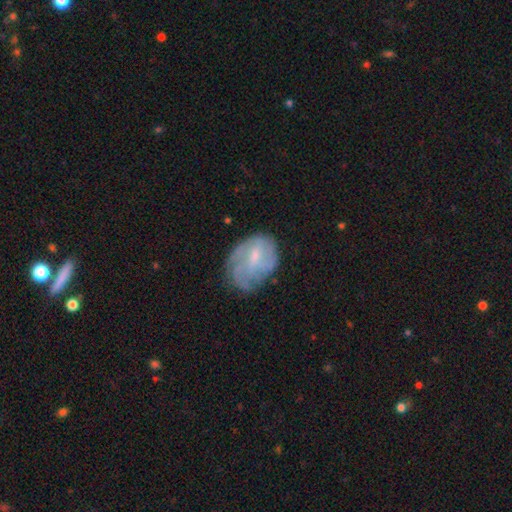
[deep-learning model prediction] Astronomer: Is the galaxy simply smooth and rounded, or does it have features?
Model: featured or disk — 58% (runner-up: smooth, 34%).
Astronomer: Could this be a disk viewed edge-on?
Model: no — 97%.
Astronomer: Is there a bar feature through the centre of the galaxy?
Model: weak — 51% (runner-up: no, 38%).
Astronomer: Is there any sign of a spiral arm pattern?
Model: yes — 68%.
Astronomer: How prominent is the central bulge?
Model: small — 55% (runner-up: moderate, 30%).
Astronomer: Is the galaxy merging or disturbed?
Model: none — 52% (runner-up: minor disturbance, 30%).